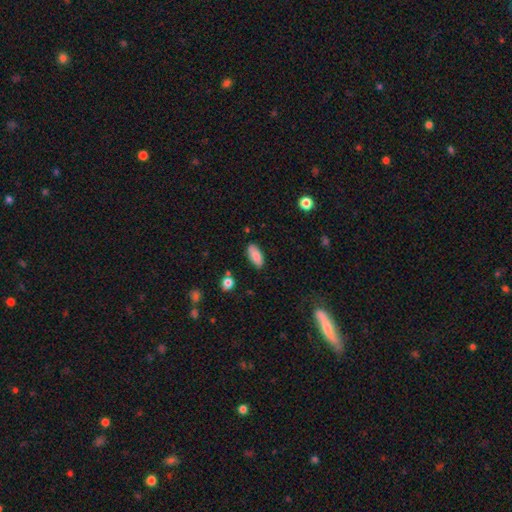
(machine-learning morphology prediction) smooth_or_featured: smooth (p=0.85) [alt: featured or disk p=0.08]
how_rounded: in between (p=0.89) [alt: cigar-shaped p=0.09]
merging: none (p=0.84) [alt: minor disturbance p=0.12]